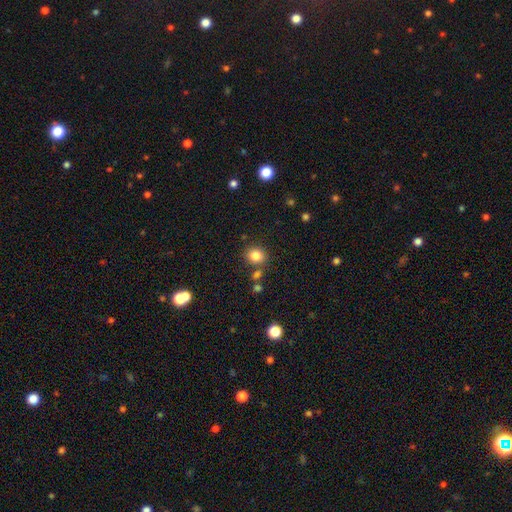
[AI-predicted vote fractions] The model was most divided on "how rounded": round: 73%, in between: 26%, cigar-shaped: 1%. More confident: smooth or featured — smooth (83%); merging — none (79%).